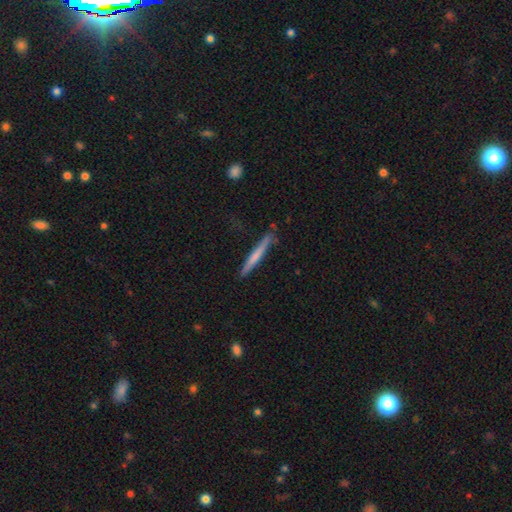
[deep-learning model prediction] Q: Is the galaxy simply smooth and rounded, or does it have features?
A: smooth — 55%.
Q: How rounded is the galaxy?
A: cigar-shaped — 96%.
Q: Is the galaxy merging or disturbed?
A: none — 83%.